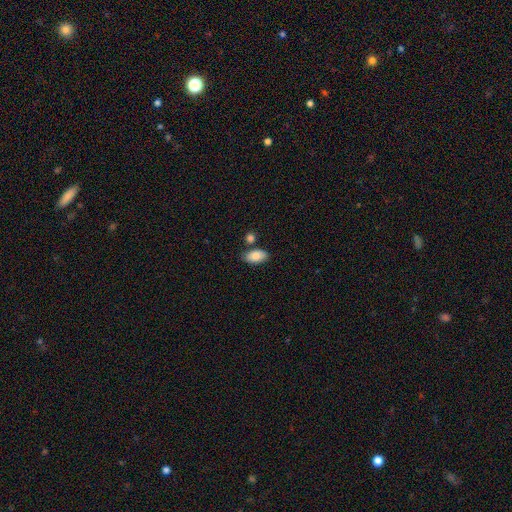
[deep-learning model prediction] This appears to be a smooth galaxy with no disk features (85%) that is in between round and cigar-shaped (94%). Merging: none (72%).